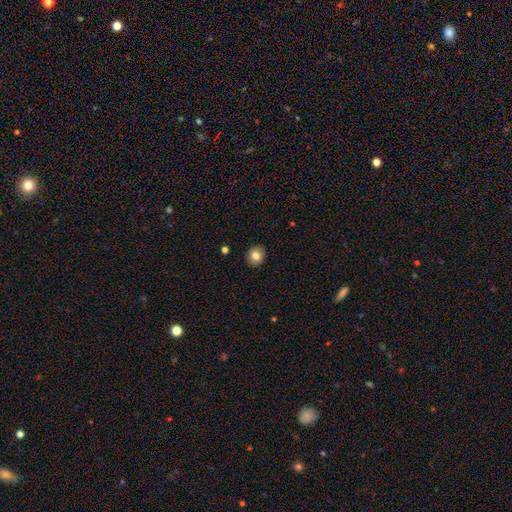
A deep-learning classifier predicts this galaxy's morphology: A smooth galaxy with no disk features (81%) that is round (83%).

Vote fractions:
- Smooth or featured? smooth: 81% / featured or disk: 10% / star or artifact: 10%
- How rounded? round: 83% / in between: 16% / cigar-shaped: 1%
- Merging? none: 91% / minor disturbance: 6% / major disturbance: 2% / merger: 1%